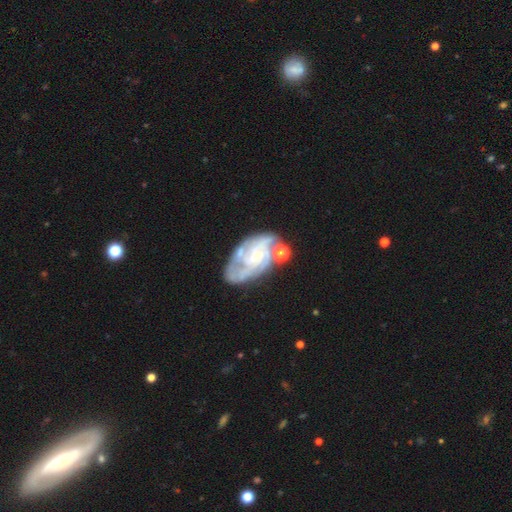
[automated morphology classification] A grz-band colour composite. It shows a featured or disk galaxy (83%) with no bar (62%), tight (54%) spiral arms (92%) and a small central bulge (75%). Merging: none (52%).